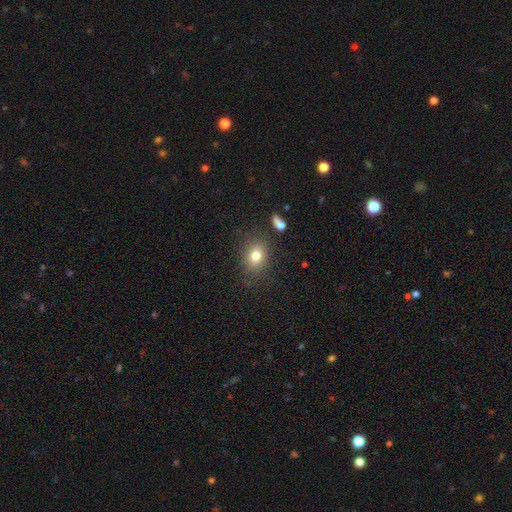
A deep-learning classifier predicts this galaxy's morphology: smooth_or_featured: smooth (p=0.77) [alt: star or artifact p=0.12]
how_rounded: in between (p=0.55) [alt: round p=0.44]
merging: none (p=0.80) [alt: minor disturbance p=0.13]